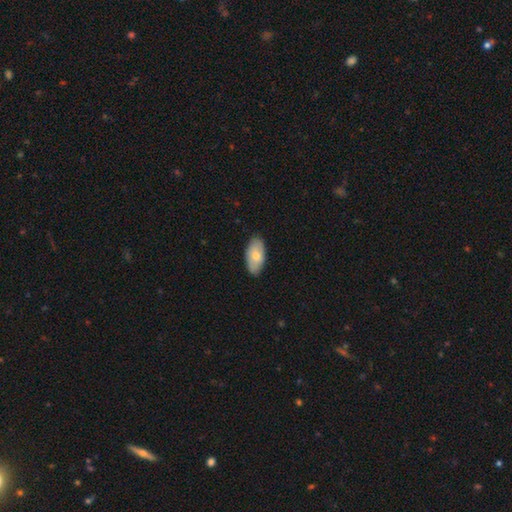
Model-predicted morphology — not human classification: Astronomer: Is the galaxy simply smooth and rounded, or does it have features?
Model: smooth — 67%.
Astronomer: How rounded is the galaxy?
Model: in between — 94%.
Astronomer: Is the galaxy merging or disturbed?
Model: none — 85%.